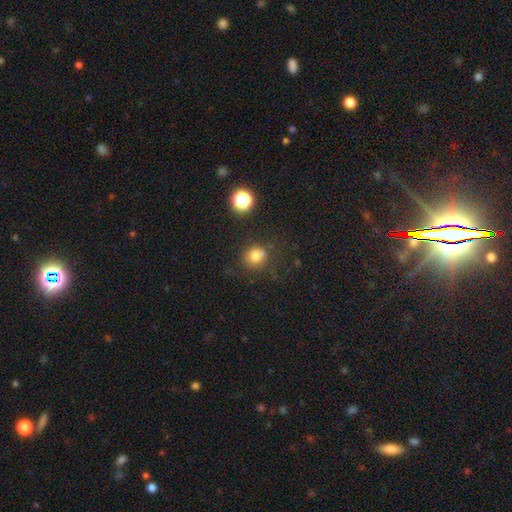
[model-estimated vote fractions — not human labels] smooth-or-featured: smooth: 75% | star or artifact: 15% | featured or disk: 10%
  how-rounded: round: 88% | in between: 12% | cigar-shaped: 1%
  merging: none: 67% | merger: 14% | minor disturbance: 14% | major disturbance: 5%